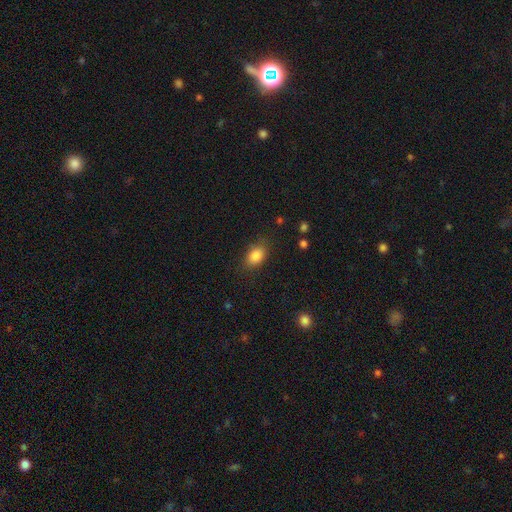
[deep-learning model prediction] A smooth galaxy with no disk features (86%) that is in between round and cigar-shaped (83%). Merging: none (83%).